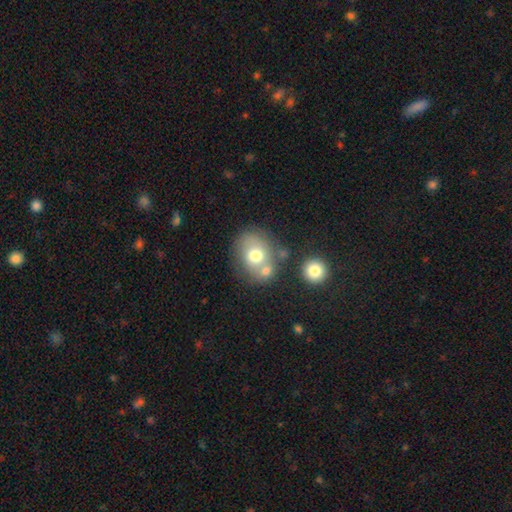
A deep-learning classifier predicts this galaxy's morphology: This is likely a smooth galaxy (67%). How rounded: possibly round (59%). Merging: possibly none (50%).